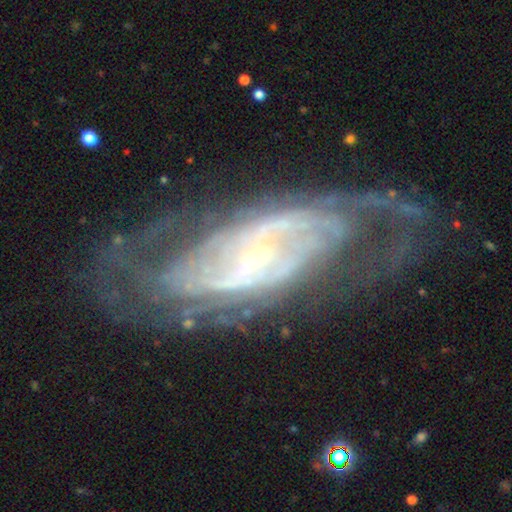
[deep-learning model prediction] This is clearly a featured or disk galaxy (88%). It is clearly not viewed edge-on (90%). Bar: marginally weak (36%). Spiral arm pattern: clearly yes (93%). Spiral arm count: marginally 2 (40%). Spiral winding: possibly tight (49%). Central bulge: likely small (77%). Merging: likely none (69%).